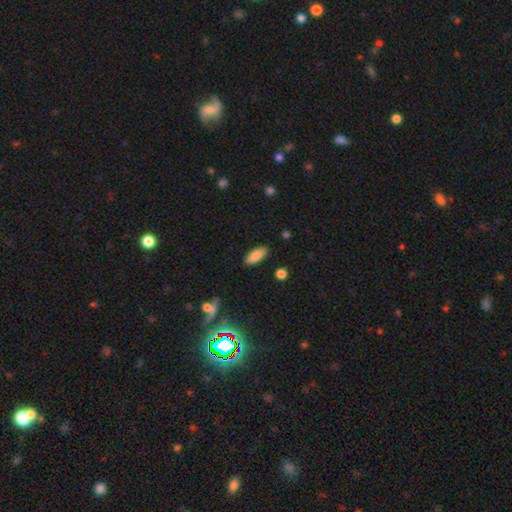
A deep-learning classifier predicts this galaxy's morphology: Smooth or featured? Predicted: smooth (p=0.85). How rounded? Predicted: in between (p=0.81). Merging? Predicted: none (p=0.87).